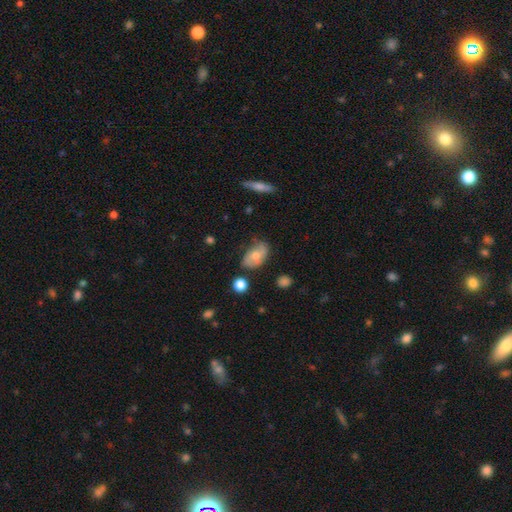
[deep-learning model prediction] The model was most divided on "merging": none: 56%, minor disturbance: 31%, major disturbance: 9%, merger: 4%. More confident: how rounded — in between (89%); smooth or featured — smooth (61%).